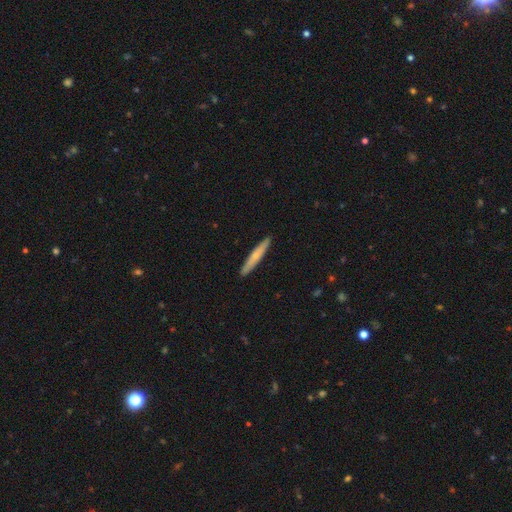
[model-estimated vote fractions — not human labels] Smooth or featured: smooth — 64% (featured or disk — 31%)
How rounded: cigar-shaped — 95% (in between — 4%)
Merging: none — 92% (minor disturbance — 6%)